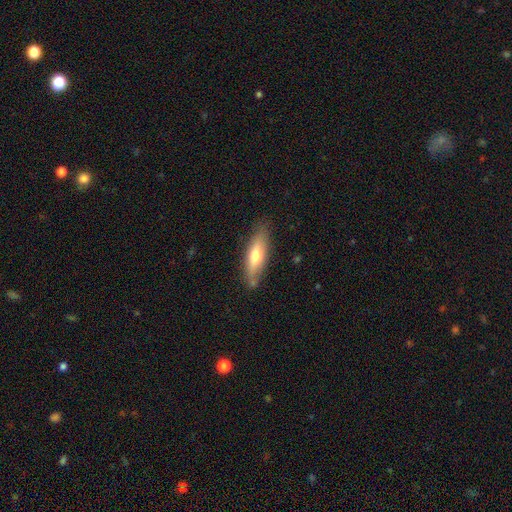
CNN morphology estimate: Smooth or featured? smooth (60%)
How rounded? cigar-shaped (56%)
Merging? none (79%)